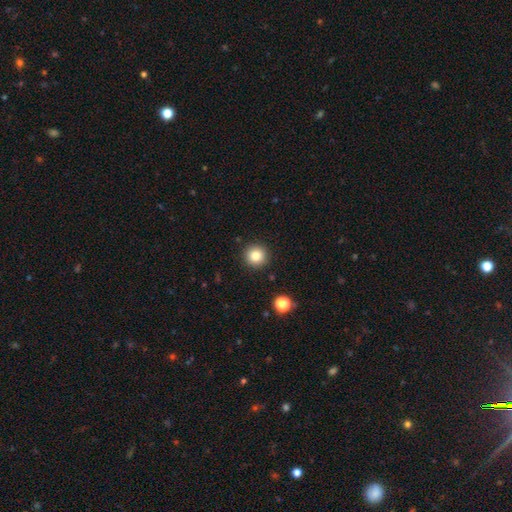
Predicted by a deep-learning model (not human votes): Smooth or featured: smooth — 83% (star or artifact — 11%)
How rounded: round — 95% (in between — 4%)
Merging: none — 91% (minor disturbance — 6%)